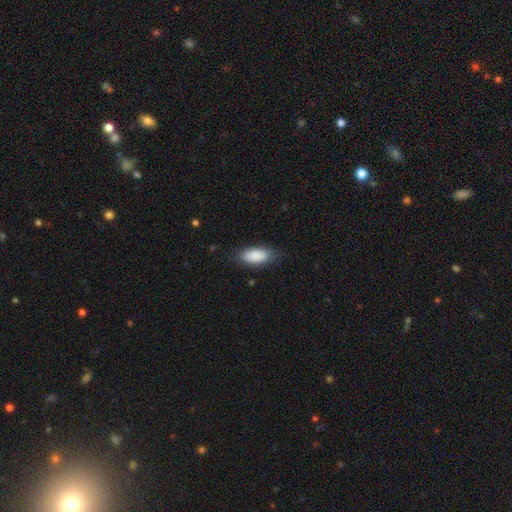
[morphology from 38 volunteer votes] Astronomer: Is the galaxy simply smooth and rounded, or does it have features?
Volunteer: smooth — 92%.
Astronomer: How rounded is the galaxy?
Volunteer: in between — 83%.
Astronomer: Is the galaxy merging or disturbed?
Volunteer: none — 74%.